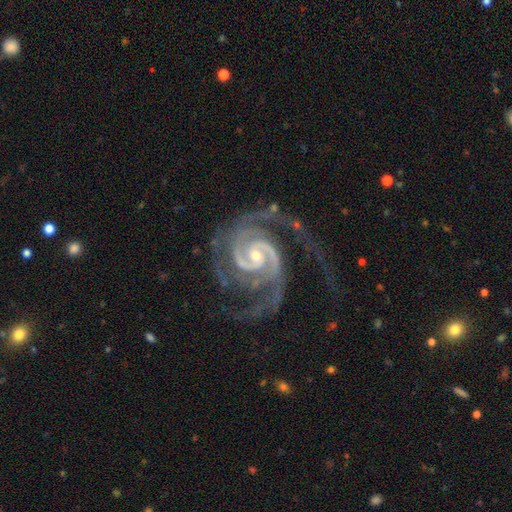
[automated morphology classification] Q: Smooth or featured?
A: featured or disk (94%); runner-up: star or artifact (4%)
Q: Edge-on disk?
A: no (98%); runner-up: yes (2%)
Q: Bar?
A: no (47%); runner-up: weak (36%)
Q: Spiral arms?
A: yes (99%); runner-up: no (1%)
Q: Spiral winding?
A: tight (50%); runner-up: medium (43%)
Q: Spiral arm count?
A: 2 (66%); runner-up: 3 (16%)
Q: Bulge size?
A: small (62%); runner-up: moderate (35%)
Q: Merging?
A: none (57%); runner-up: major disturbance (24%)